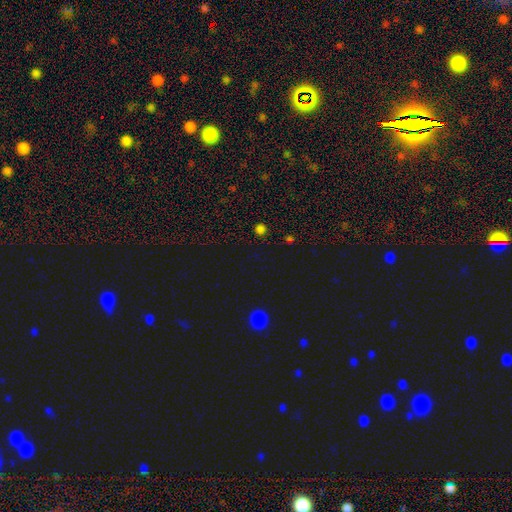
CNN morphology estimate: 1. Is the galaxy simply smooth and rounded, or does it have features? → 51% star or artifact, 43% smooth, 6% featured or disk.